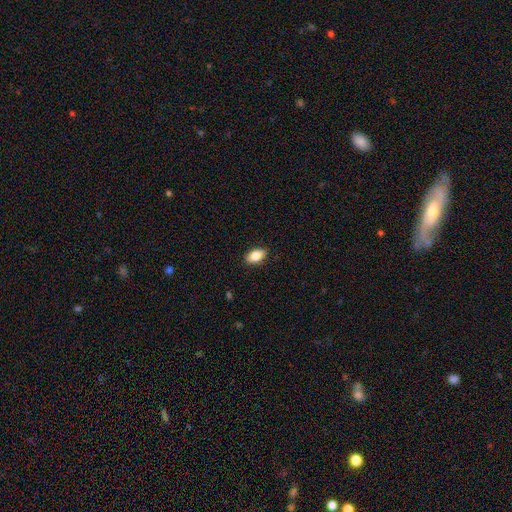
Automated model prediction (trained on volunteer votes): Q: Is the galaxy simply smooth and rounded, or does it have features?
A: smooth — 85%.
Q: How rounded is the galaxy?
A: in between — 91%.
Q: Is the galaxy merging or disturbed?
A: none — 88%.